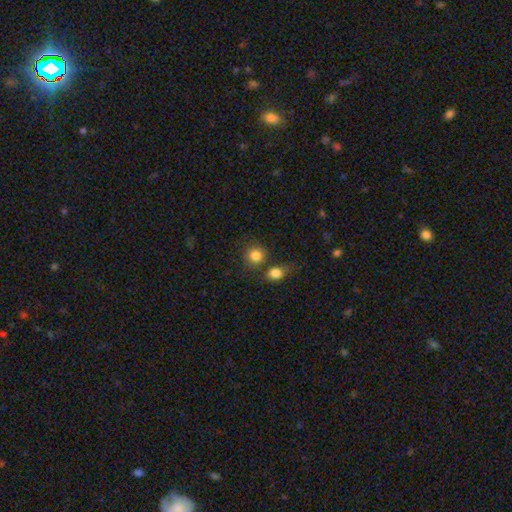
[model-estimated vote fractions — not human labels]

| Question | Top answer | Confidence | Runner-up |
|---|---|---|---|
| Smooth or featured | smooth | 83% | star or artifact (11%) |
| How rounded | round | 85% | in between (14%) |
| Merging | none | 69% | merger (17%) |